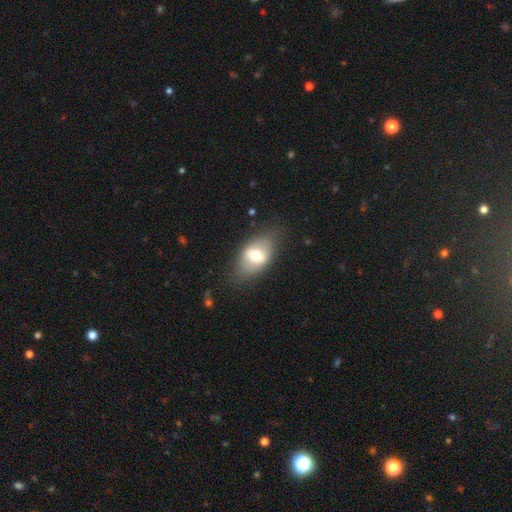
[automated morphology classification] The model was most divided on "smooth or featured": smooth: 59%, featured or disk: 34%, star or artifact: 7%. More confident: how rounded — in between (87%); merging — none (74%).